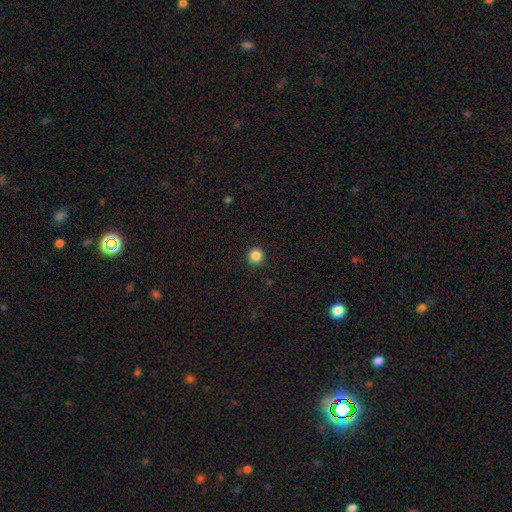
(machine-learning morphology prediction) This is clearly a smooth galaxy (86%). How rounded: clearly round (95%). Merging: clearly none (92%).